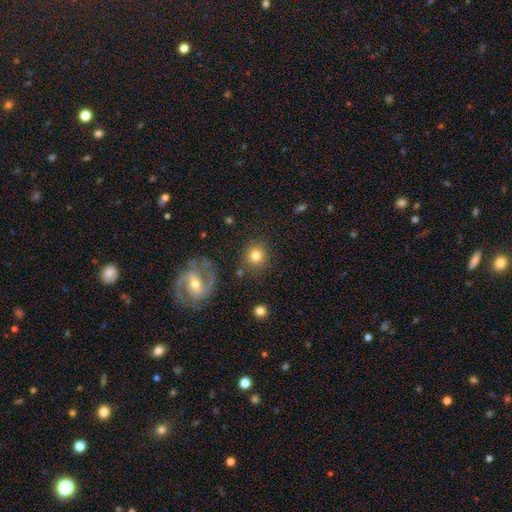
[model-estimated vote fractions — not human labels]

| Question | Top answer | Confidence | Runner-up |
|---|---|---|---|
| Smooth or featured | smooth | 78% | featured or disk (12%) |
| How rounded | round | 87% | in between (12%) |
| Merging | none | 80% | minor disturbance (10%) |